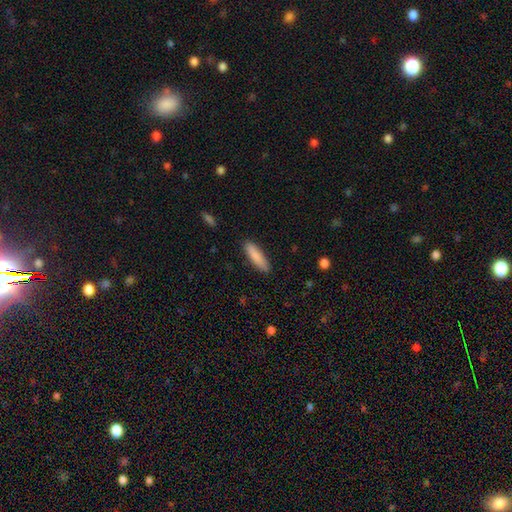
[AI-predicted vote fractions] Overall: smooth (87%). How rounded: cigar-shaped (70%). Merging: none (88%).